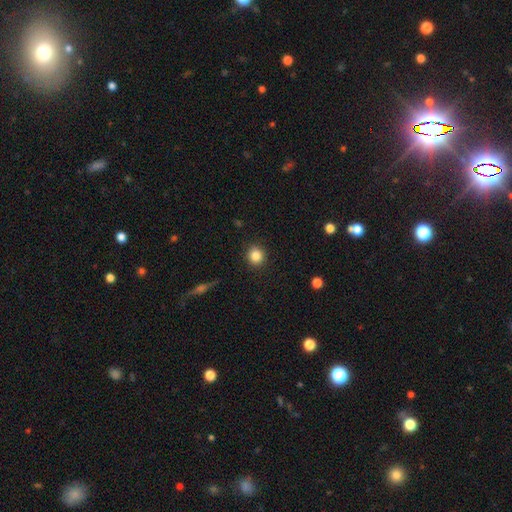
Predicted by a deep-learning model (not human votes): This is clearly a smooth galaxy (85%). How rounded: clearly round (89%). Merging: clearly none (90%).